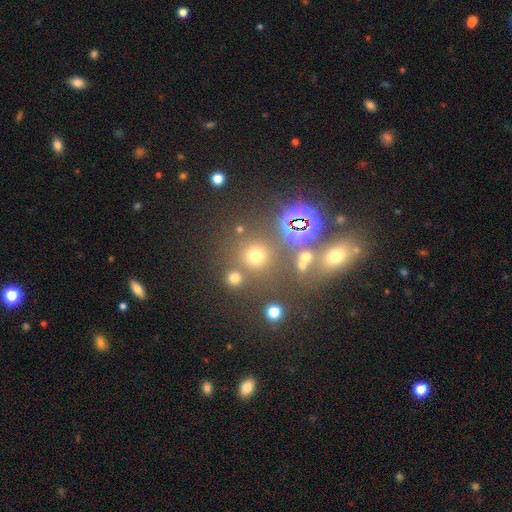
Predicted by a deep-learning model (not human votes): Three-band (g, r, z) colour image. It shows a smooth galaxy with no disk features (63%) that is round (91%). Merging: none (75%).